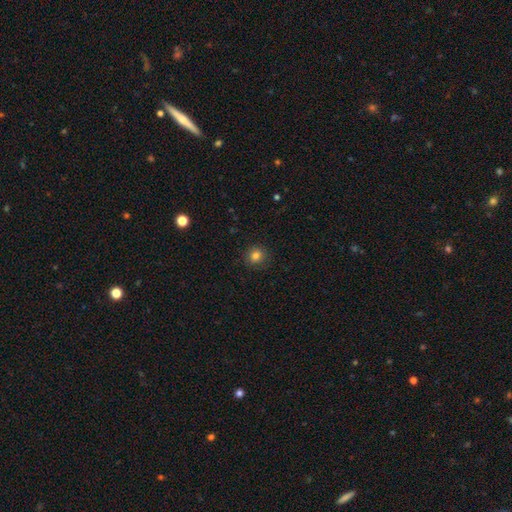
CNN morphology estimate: smooth-or-featured: smooth: 81% | star or artifact: 12% | featured or disk: 6%
  how-rounded: round: 88% | in between: 11% | cigar-shaped: 1%
  merging: none: 88% | minor disturbance: 9% | major disturbance: 3% | merger: 1%